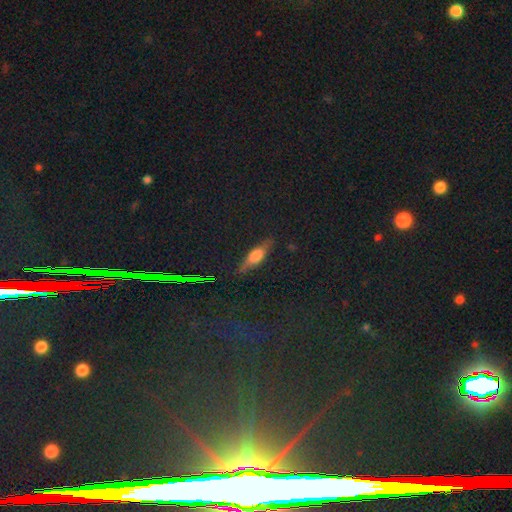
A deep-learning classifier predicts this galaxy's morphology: A smooth galaxy with no disk features (47%).

Vote fractions:
- Smooth or featured? smooth: 47% / featured or disk: 40% / star or artifact: 13%
- Merging? none: 82% / minor disturbance: 13% / major disturbance: 3% / merger: 2%